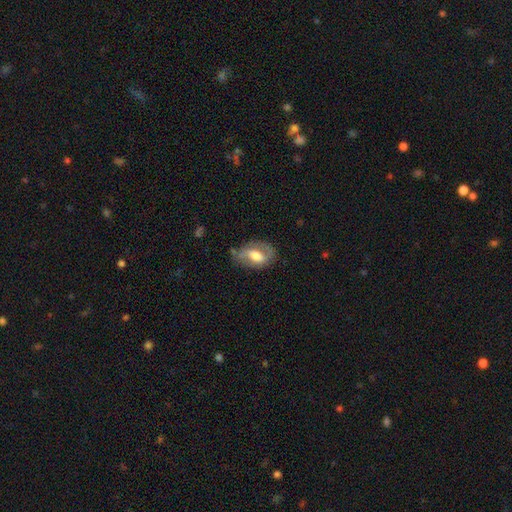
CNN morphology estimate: The model was most divided on "smooth or featured": featured or disk: 50%, smooth: 43%, star or artifact: 7%. More confident: edge-on disk — no (92%); merging — none (55%).